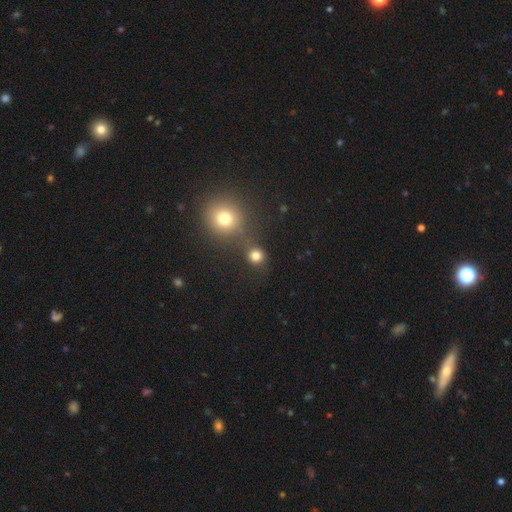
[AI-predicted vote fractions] smooth_or_featured: smooth (p=0.79) [alt: star or artifact p=0.15]
how_rounded: round (p=0.89) [alt: in between p=0.10]
merging: none (p=0.70) [alt: merger p=0.17]